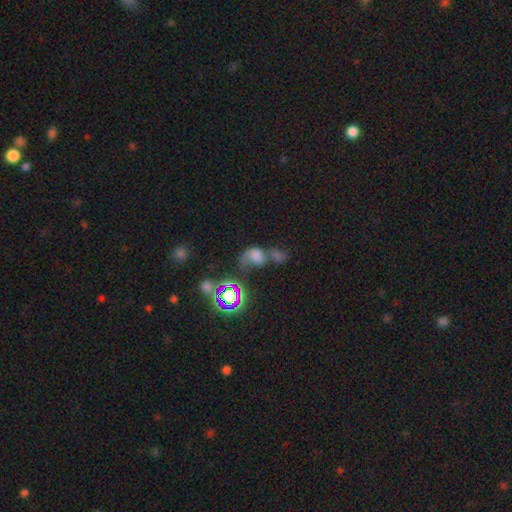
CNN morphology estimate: Smooth or featured? Predicted: smooth (p=0.51). How rounded? Predicted: in between (p=0.67). Merging? Predicted: merger (p=0.50).